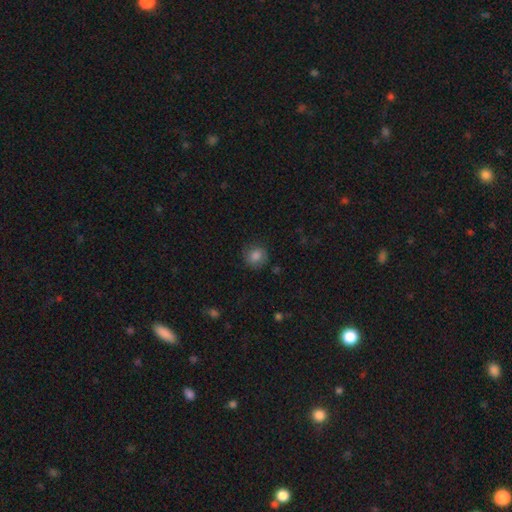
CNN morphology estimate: The model was most divided on "merging": none: 78%, minor disturbance: 16%, major disturbance: 5%, merger: 1%. More confident: how rounded — round (84%); smooth or featured — smooth (81%).